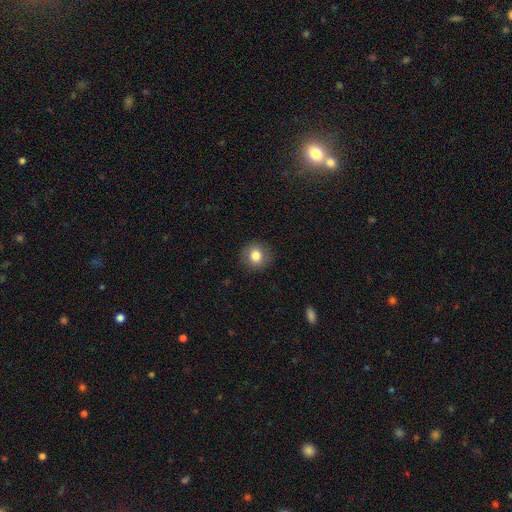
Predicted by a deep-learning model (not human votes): smooth-or-featured: smooth: 82% | star or artifact: 9% | featured or disk: 9%
  how-rounded: round: 88% | in between: 11% | cigar-shaped: 1%
  merging: none: 90% | minor disturbance: 7% | major disturbance: 2% | merger: 1%